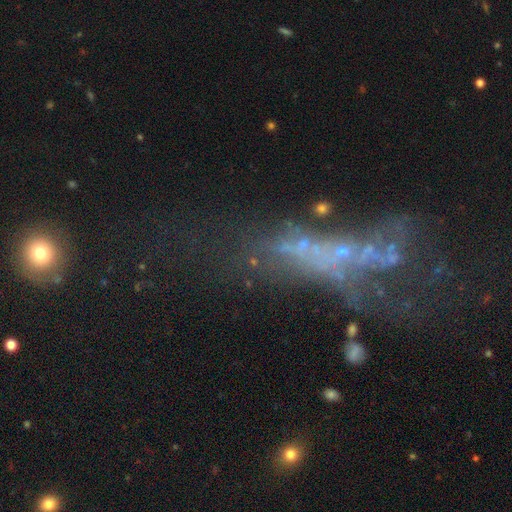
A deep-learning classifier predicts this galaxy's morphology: Smooth or featured?
  - featured or disk: 47% *
  - star or artifact: 30%
  - smooth: 24%
Merging?
  - major disturbance: 38% *
  - none: 29%
  - merger: 20%
  - minor disturbance: 13%